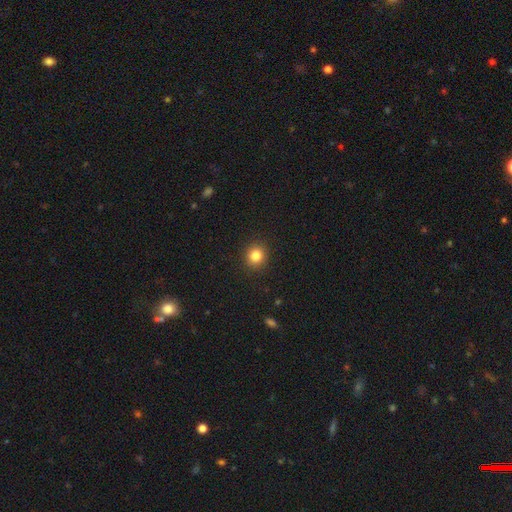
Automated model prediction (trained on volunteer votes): A smooth galaxy with no disk features (83%) that is round (89%).

Vote fractions:
- Smooth or featured? smooth: 83% / star or artifact: 12% / featured or disk: 5%
- How rounded? round: 89% / in between: 11% / cigar-shaped: 1%
- Merging? none: 91% / minor disturbance: 6% / major disturbance: 2% / merger: 1%